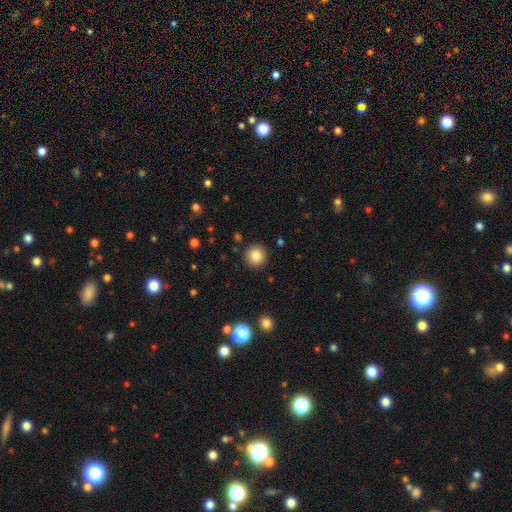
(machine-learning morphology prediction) The model was most divided on "smooth or featured": smooth: 85%, star or artifact: 10%, featured or disk: 6%. More confident: how rounded — round (94%); merging — none (91%).